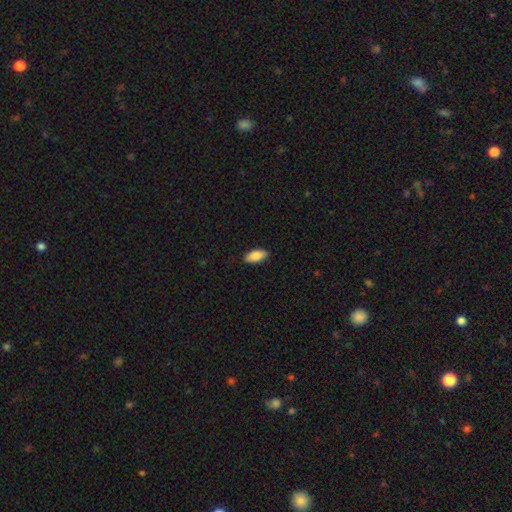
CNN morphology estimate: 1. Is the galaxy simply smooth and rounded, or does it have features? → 86% smooth, 8% featured or disk, 6% star or artifact.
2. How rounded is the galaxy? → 90% in between, 7% cigar-shaped, 2% round.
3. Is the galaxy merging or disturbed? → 87% none, 10% minor disturbance, 2% major disturbance, 1% merger.